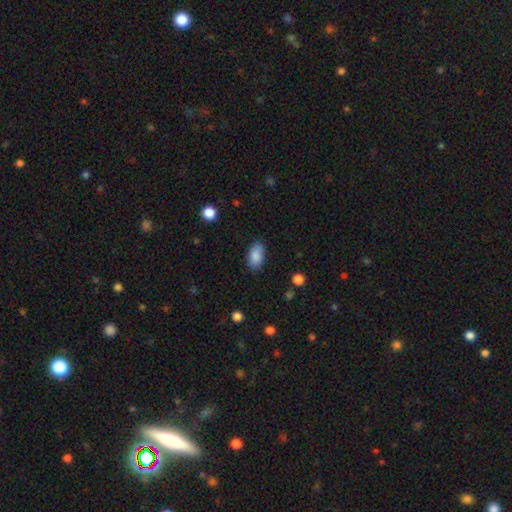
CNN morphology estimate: The model was most divided on "merging": none: 84%, minor disturbance: 12%, major disturbance: 3%, merger: 1%. More confident: how rounded — in between (93%); smooth or featured — smooth (88%).